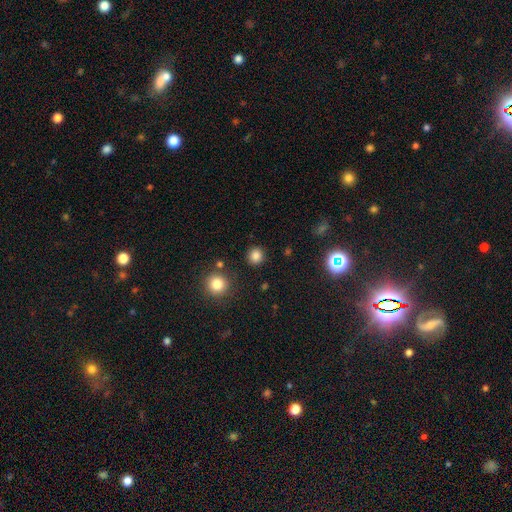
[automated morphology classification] smooth 84%, star or artifact 12%, featured or disk 4%. Down the decision tree: how rounded — round (90%); merging — none (89%).